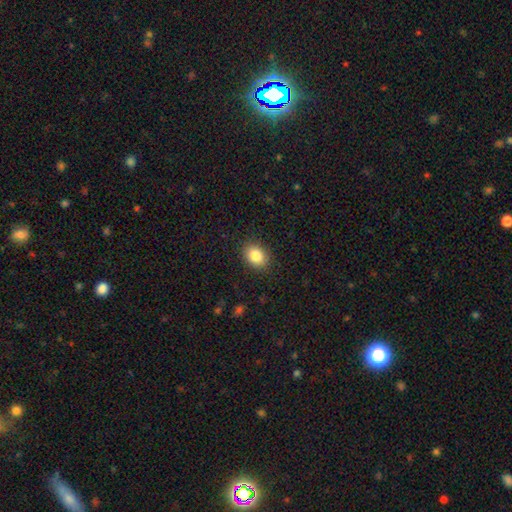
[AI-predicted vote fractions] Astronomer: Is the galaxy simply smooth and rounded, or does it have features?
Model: smooth — 85%.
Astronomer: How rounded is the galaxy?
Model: in between — 60% (runner-up: round, 39%).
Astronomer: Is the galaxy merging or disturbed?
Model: none — 89%.